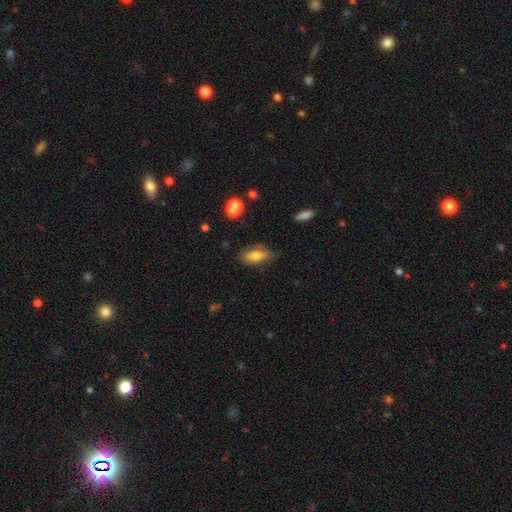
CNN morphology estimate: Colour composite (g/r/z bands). It shows a smooth galaxy with no disk features (72%) that is in between round and cigar-shaped (82%). Merging: none (65%).